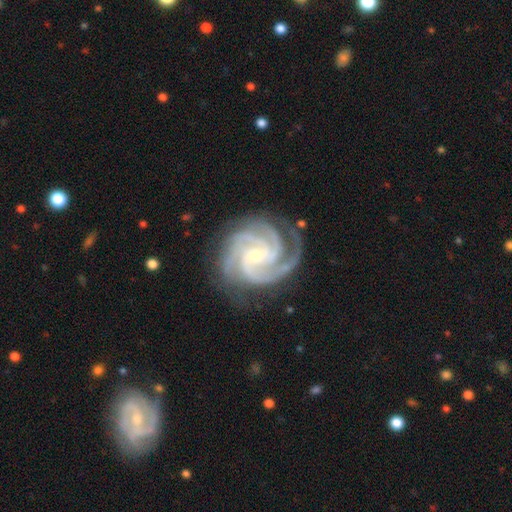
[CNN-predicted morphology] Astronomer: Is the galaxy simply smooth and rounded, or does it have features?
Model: featured or disk — 93%.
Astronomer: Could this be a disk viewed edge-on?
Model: no — 98%.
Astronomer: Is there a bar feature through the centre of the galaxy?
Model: no — 48% (runner-up: weak, 38%).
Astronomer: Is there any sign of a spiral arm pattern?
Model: yes — 99%.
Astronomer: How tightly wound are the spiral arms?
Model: tight — 66%.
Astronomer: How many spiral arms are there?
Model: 4 — 42% (runner-up: 3, 37%).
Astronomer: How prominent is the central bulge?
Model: small — 68%.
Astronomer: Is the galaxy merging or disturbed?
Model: none — 79%.